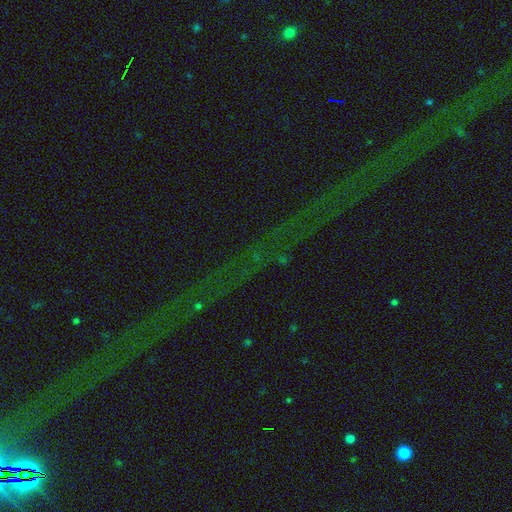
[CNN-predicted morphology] type=star or artifact (74%).